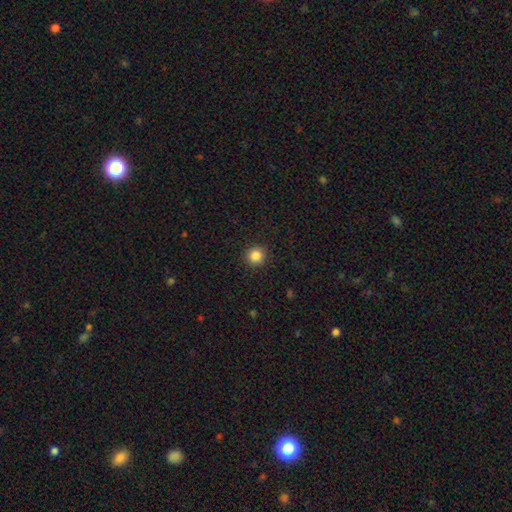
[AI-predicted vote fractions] Smooth or featured? Predicted: smooth (p=0.85). How rounded? Predicted: round (p=0.95). Merging? Predicted: none (p=0.92).